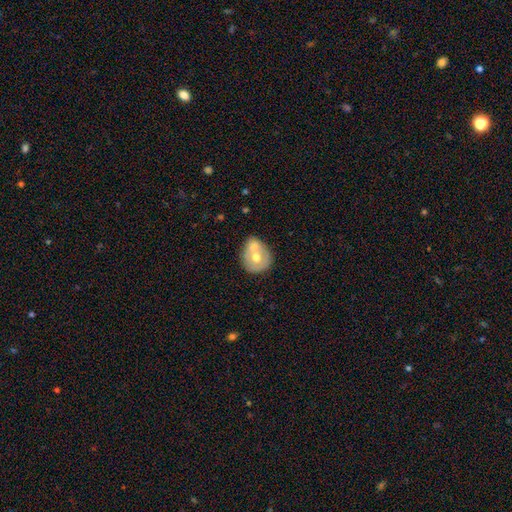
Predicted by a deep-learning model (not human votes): smooth_or_featured: smooth (p=0.57) [alt: featured or disk p=0.37]
how_rounded: round (p=0.76) [alt: in between p=0.23]
merging: merger (p=0.54) [alt: none p=0.31]